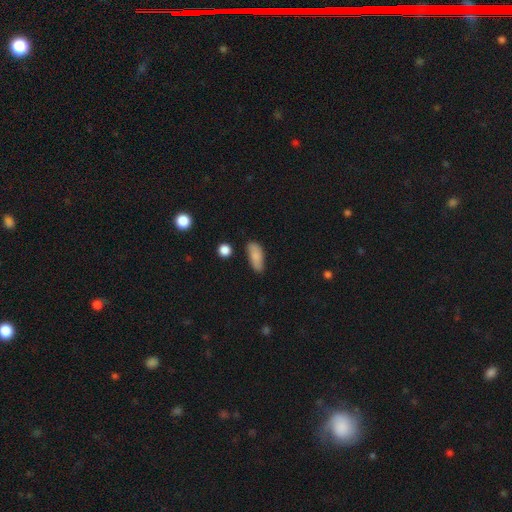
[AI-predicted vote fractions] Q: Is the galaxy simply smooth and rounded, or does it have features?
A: smooth — 81%.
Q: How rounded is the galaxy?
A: in between — 79%.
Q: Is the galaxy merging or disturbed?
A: none — 73%.